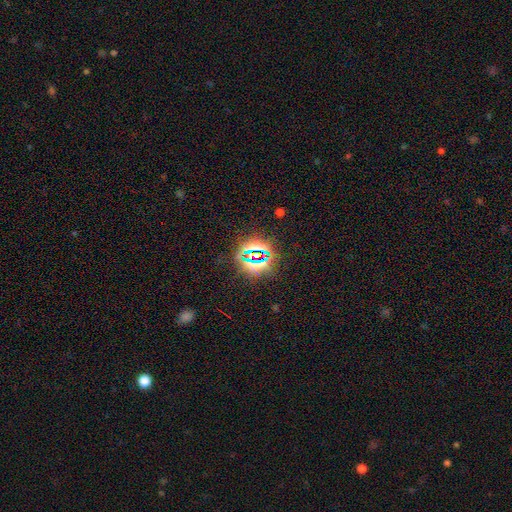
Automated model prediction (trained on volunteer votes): Smooth or featured? Predicted: star or artifact (p=0.75).